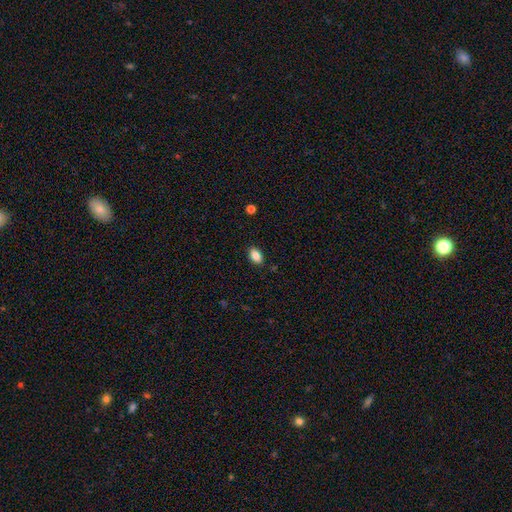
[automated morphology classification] A smooth galaxy with no disk features (86%) that is in between round and cigar-shaped (89%). Merging: none (88%).